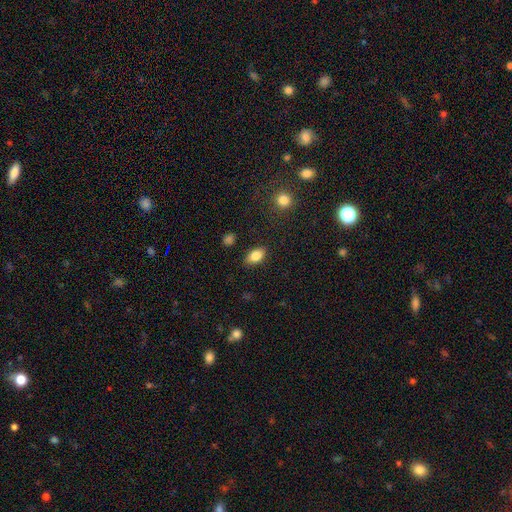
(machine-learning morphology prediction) Overall: smooth (84%). How rounded: in between (88%). Merging: none (86%).